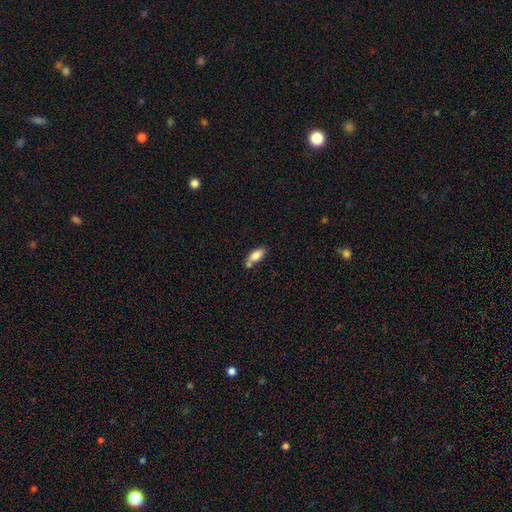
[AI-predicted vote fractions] Morphology: type=smooth (81%); roundness=in between (83%); merging=none (51%).